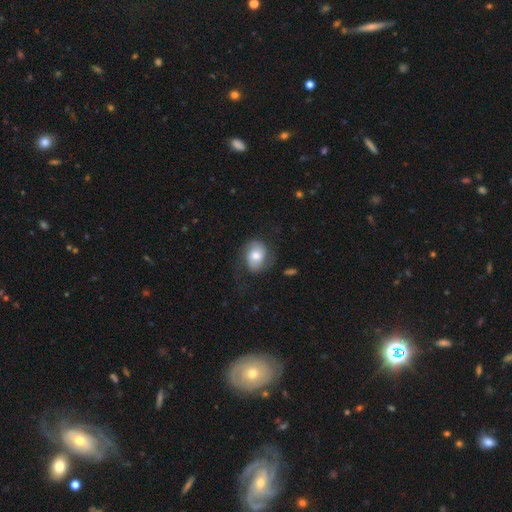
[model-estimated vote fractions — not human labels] smooth-or-featured: smooth: 61% | featured or disk: 32% | star or artifact: 7%
  how-rounded: in between: 62% | round: 37% | cigar-shaped: 1%
  merging: none: 63% | minor disturbance: 22% | major disturbance: 13% | merger: 2%